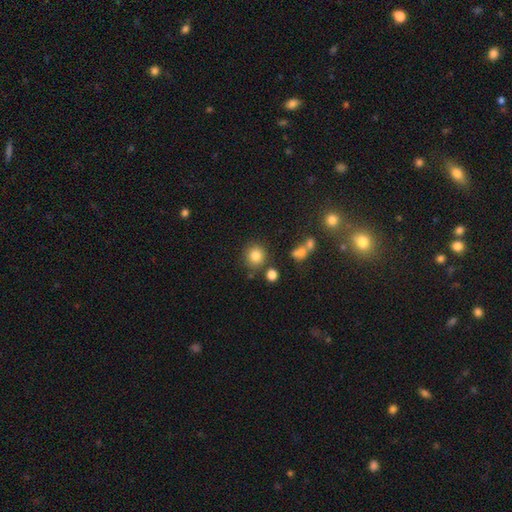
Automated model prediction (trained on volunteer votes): Q: Smooth or featured?
A: smooth (82%); runner-up: star or artifact (12%)
Q: How rounded?
A: round (89%); runner-up: in between (10%)
Q: Merging?
A: none (80%); runner-up: minor disturbance (9%)